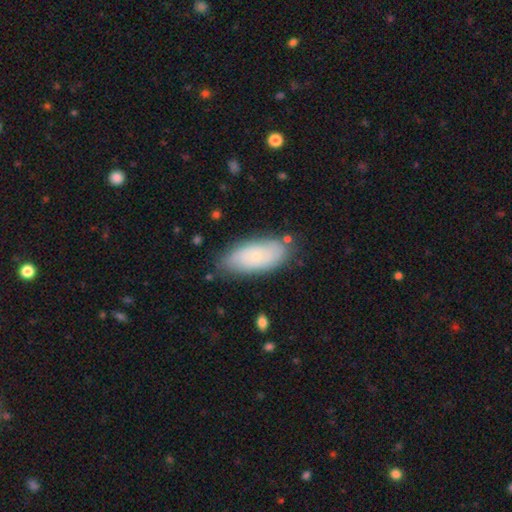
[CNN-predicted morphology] Q: Smooth or featured?
A: smooth (58%); runner-up: featured or disk (35%)
Q: How rounded?
A: in between (87%); runner-up: cigar-shaped (10%)
Q: Merging?
A: none (76%); runner-up: minor disturbance (18%)